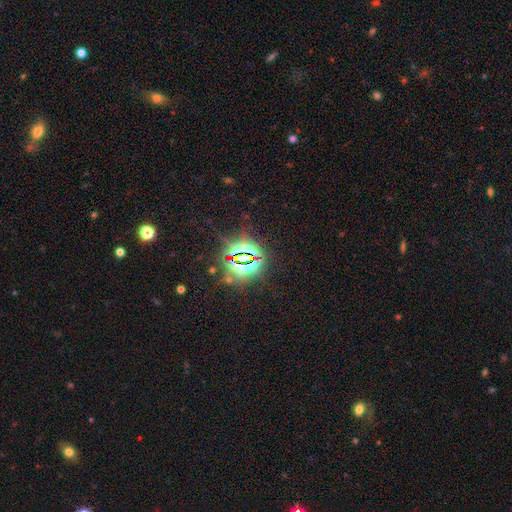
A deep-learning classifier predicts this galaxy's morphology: smooth_or_featured: star or artifact (p=0.81) [alt: smooth p=0.11]